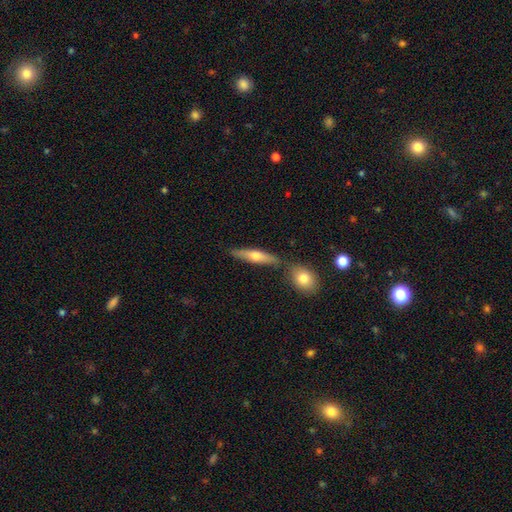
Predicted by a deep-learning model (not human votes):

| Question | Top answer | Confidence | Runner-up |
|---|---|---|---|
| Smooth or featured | smooth | 52% | featured or disk (42%) |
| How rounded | cigar-shaped | 76% | in between (22%) |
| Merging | none | 72% | merger (13%) |